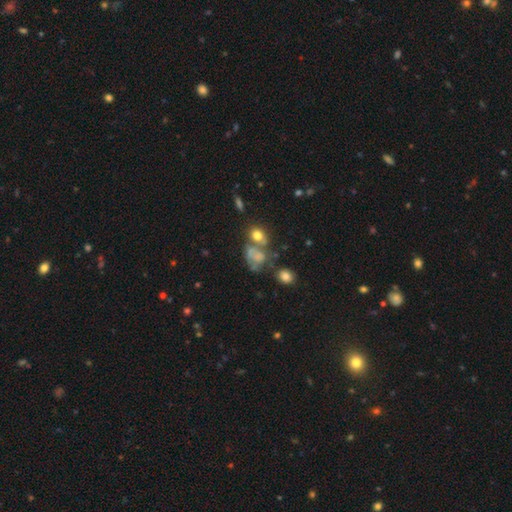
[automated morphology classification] Smooth or featured?
  - smooth: 52% *
  - featured or disk: 31%
  - star or artifact: 17%
How rounded?
  - in between: 53% *
  - round: 45%
  - cigar-shaped: 1%
Merging?
  - merger: 31% *
  - none: 28%
  - major disturbance: 23%
  - minor disturbance: 17%